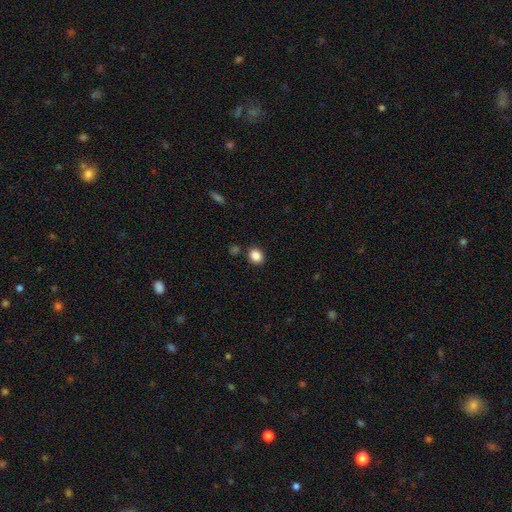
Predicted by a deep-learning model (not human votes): The model was most divided on "how rounded": round: 59%, in between: 40%, cigar-shaped: 1%. More confident: smooth or featured — smooth (87%); merging — none (86%).